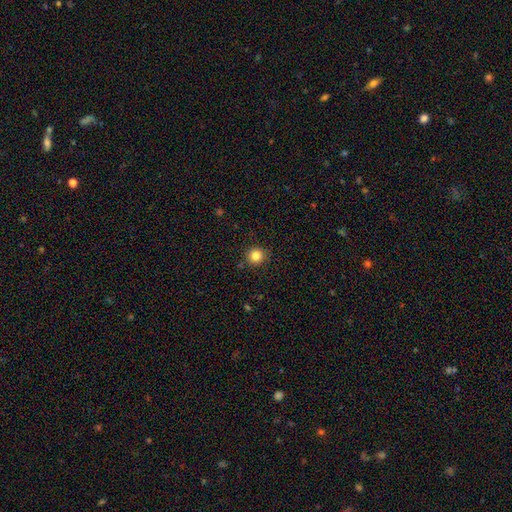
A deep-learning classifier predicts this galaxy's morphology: This is clearly a smooth galaxy (84%). How rounded: clearly round (92%). Merging: clearly none (89%).